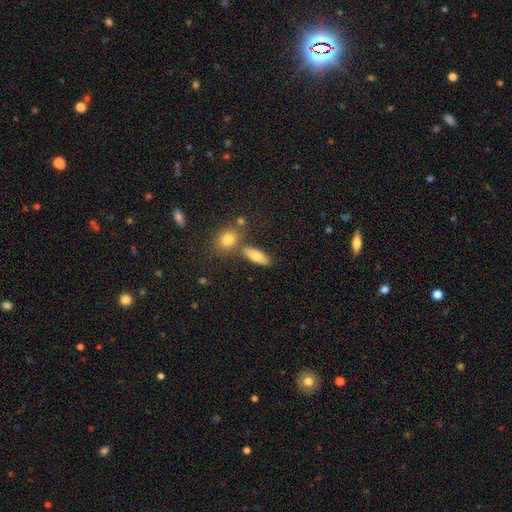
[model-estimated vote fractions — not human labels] Overall: smooth (68%). How rounded: in between (64%; cigar-shaped 30%). Merging: none (65%).